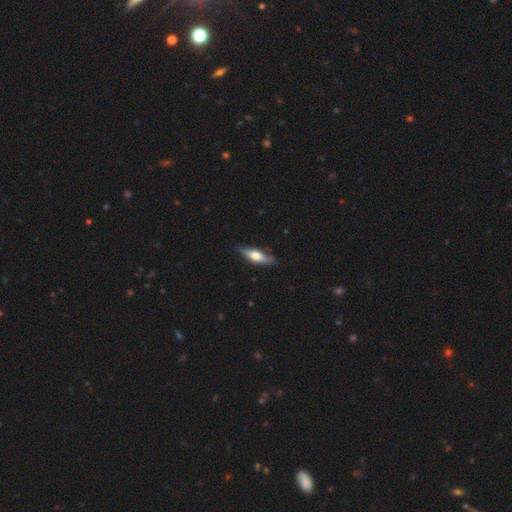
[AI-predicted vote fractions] smooth_or_featured: featured or disk (p=0.52) [alt: smooth p=0.43]
disk_edge_on: yes (p=0.89) [alt: no p=0.11]
merging: none (p=0.80) [alt: minor disturbance p=0.15]